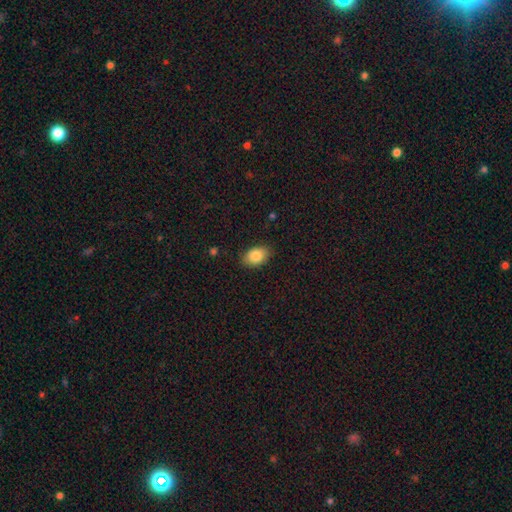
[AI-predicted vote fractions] Q: Smooth or featured?
A: smooth (85%); runner-up: star or artifact (8%)
Q: How rounded?
A: in between (88%); runner-up: round (11%)
Q: Merging?
A: none (86%); runner-up: minor disturbance (11%)